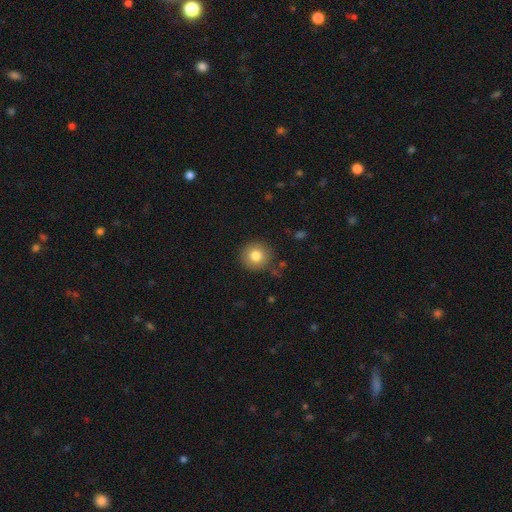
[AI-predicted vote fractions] This is clearly a smooth galaxy (80%). How rounded: clearly round (93%). Merging: clearly none (86%).